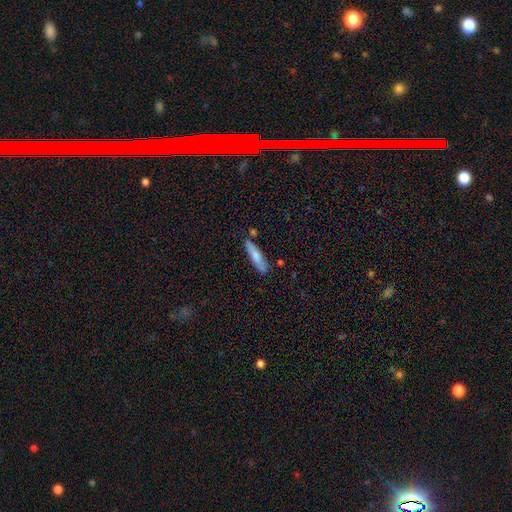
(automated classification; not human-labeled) Morphology: type=smooth (73%); roundness=cigar-shaped (78%); merging=none (78%).